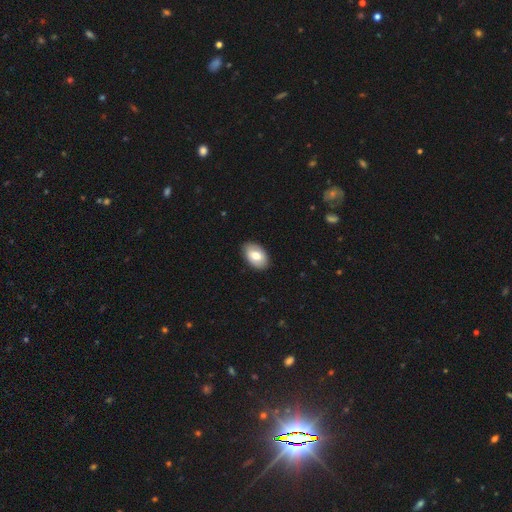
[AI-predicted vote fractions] This is likely a smooth galaxy (74%). How rounded: clearly in between (91%). Merging: clearly none (88%).